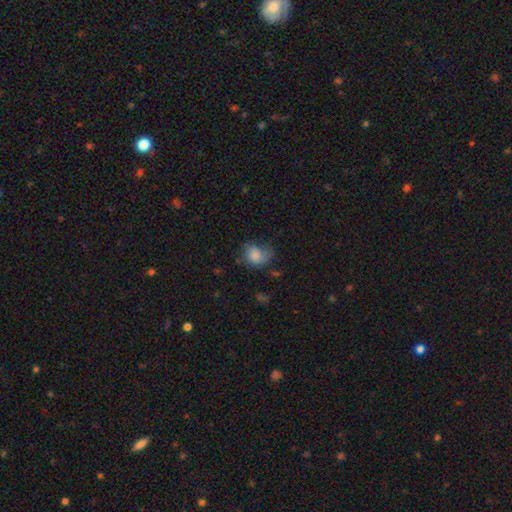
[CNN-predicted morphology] Smooth or featured? smooth (71%)
How rounded? round (52%)
Merging? none (41%)